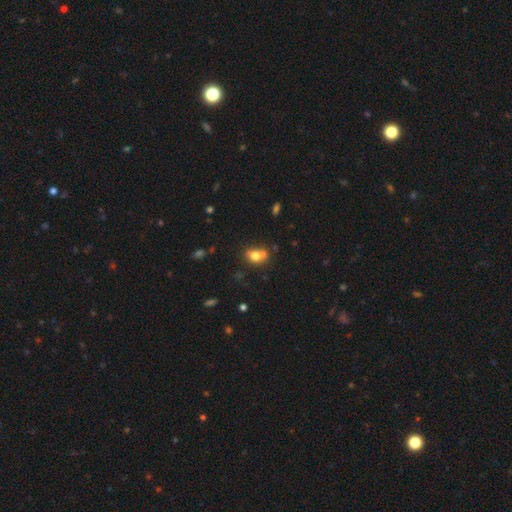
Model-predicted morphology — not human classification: This appears to be a smooth galaxy with no disk features (73%) that is round (52%). Merging: none (42%).